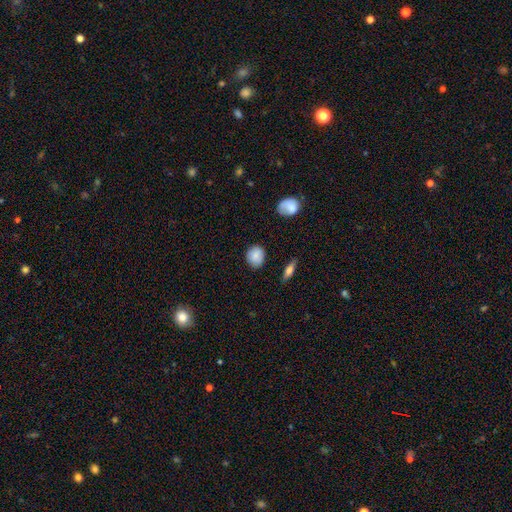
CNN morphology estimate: This appears to be a smooth galaxy with no disk features (87%) that is round (73%). Merging: none (84%).